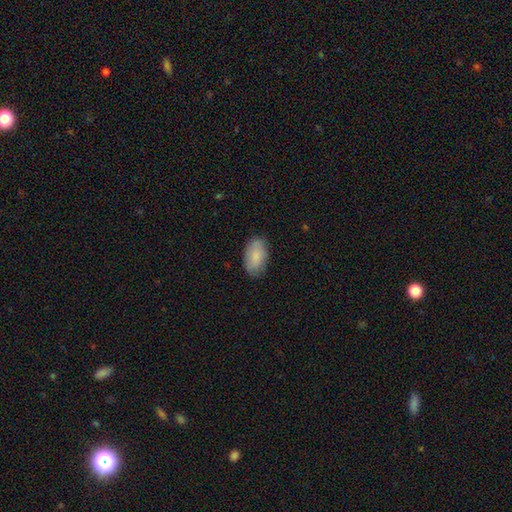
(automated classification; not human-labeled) Overall: smooth (84%). How rounded: in between (93%). Merging: none (80%).